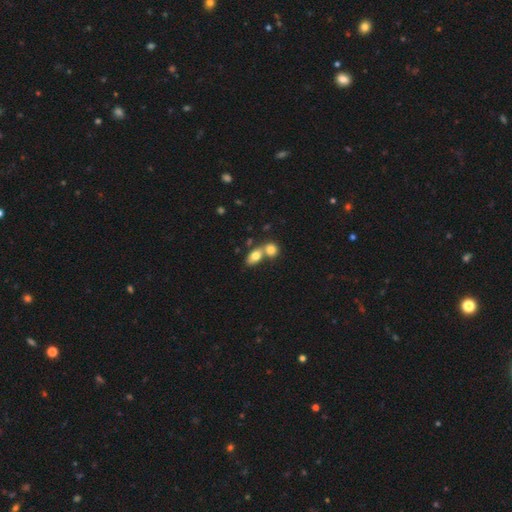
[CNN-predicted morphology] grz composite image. It shows a smooth galaxy with no disk features (77%) that is in between round and cigar-shaped (80%). Merging: merger (55%).